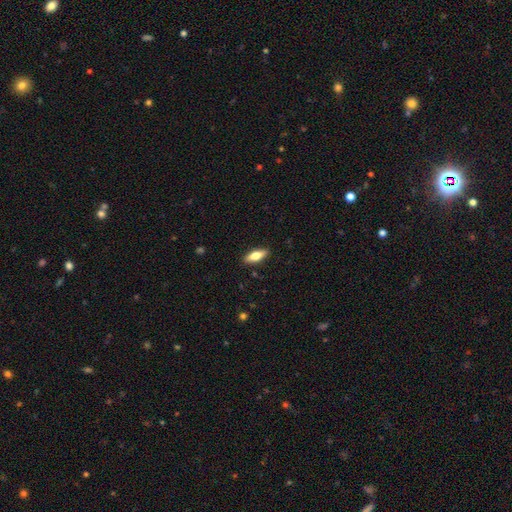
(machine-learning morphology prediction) A smooth galaxy with no disk features (68%) that is in between round and cigar-shaped (66%).

Vote fractions:
- Smooth or featured? smooth: 68% / featured or disk: 25% / star or artifact: 6%
- How rounded? in between: 66% / cigar-shaped: 32% / round: 2%
- Merging? none: 89% / minor disturbance: 8% / major disturbance: 2% / merger: 1%